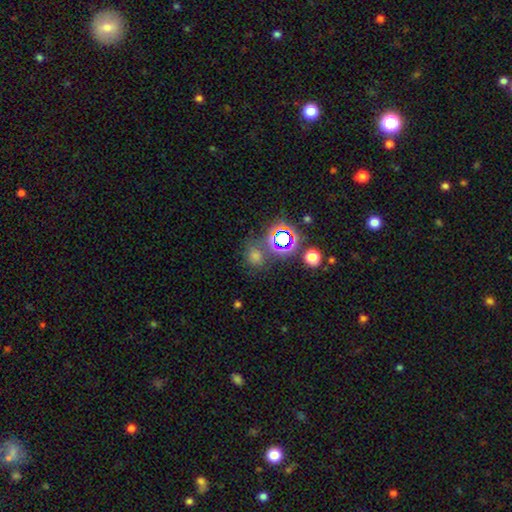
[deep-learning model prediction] A star or artifact, not a galaxy (47%).